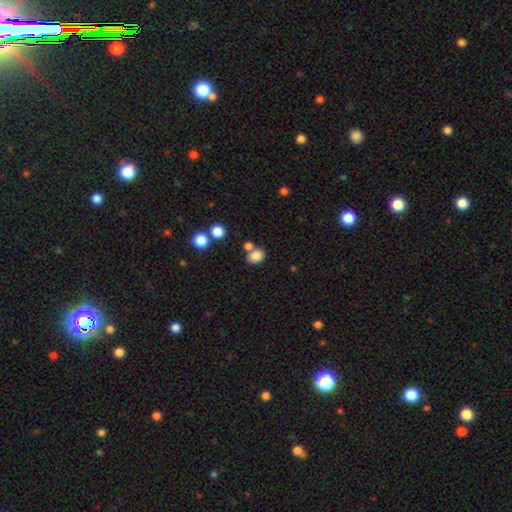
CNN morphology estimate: smooth 83%, star or artifact 11%, featured or disk 6%. Down the decision tree: how rounded — in between (60%); merging — none (61%).